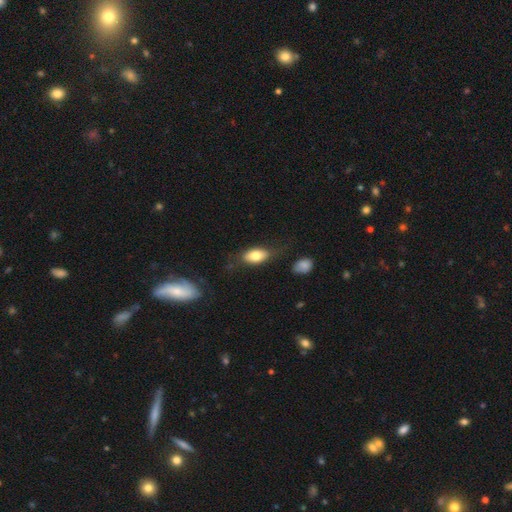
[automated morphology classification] smooth 76%, featured or disk 17%, star or artifact 7%. Down the decision tree: how rounded — in between (89%); merging — none (64%).